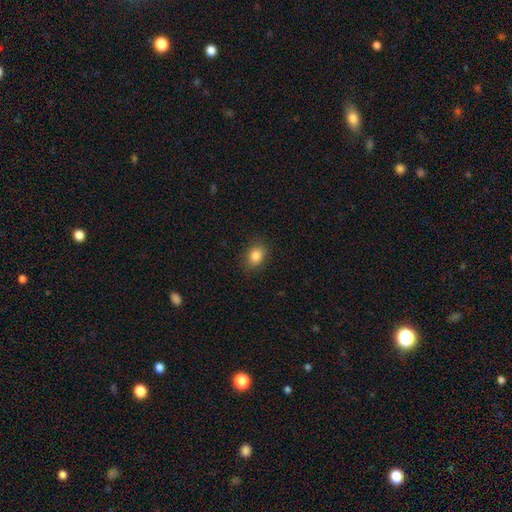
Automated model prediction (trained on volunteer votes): The model was most divided on "how rounded": in between: 66%, round: 33%, cigar-shaped: 1%. More confident: merging — none (86%); smooth or featured — smooth (84%).